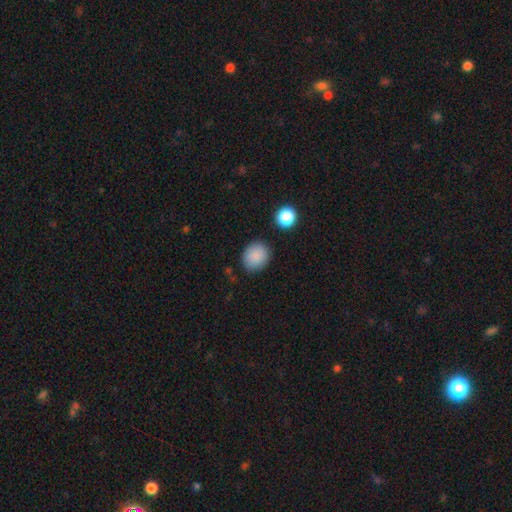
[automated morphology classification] smooth_or_featured: smooth (p=0.88) [alt: star or artifact p=0.08]
how_rounded: round (p=0.69) [alt: in between p=0.30]
merging: none (p=0.83) [alt: minor disturbance p=0.11]